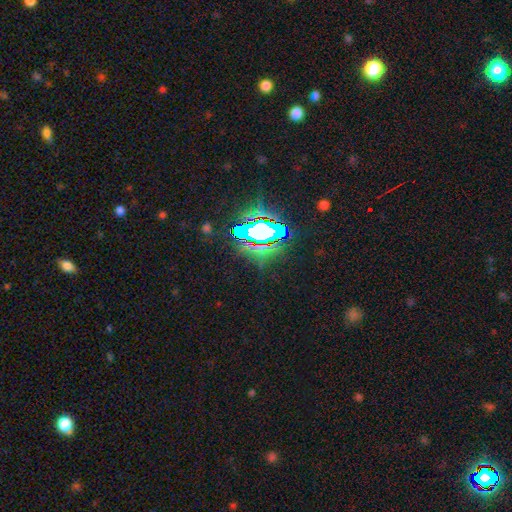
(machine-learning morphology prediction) type=star or artifact (84%).